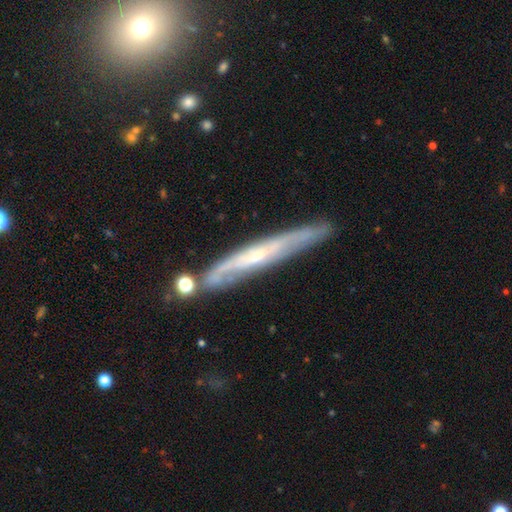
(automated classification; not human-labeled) This appears to be a featured or disk galaxy (74%) viewed edge-on (76%) with no central bulge (53%). Merging: none (74%).